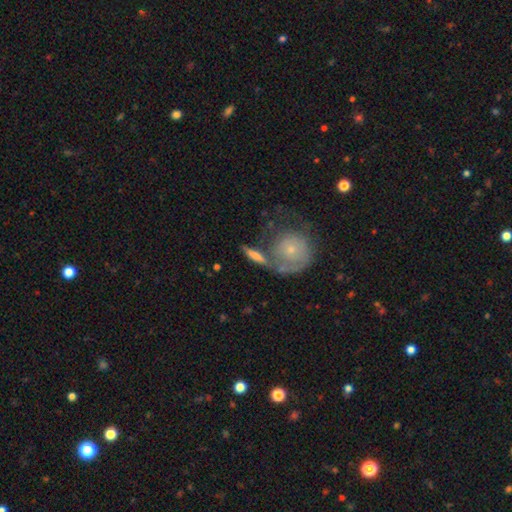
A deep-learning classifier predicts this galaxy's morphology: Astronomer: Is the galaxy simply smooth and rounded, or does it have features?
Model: smooth — 48% (runner-up: featured or disk, 45%).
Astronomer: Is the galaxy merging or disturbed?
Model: none — 56%.